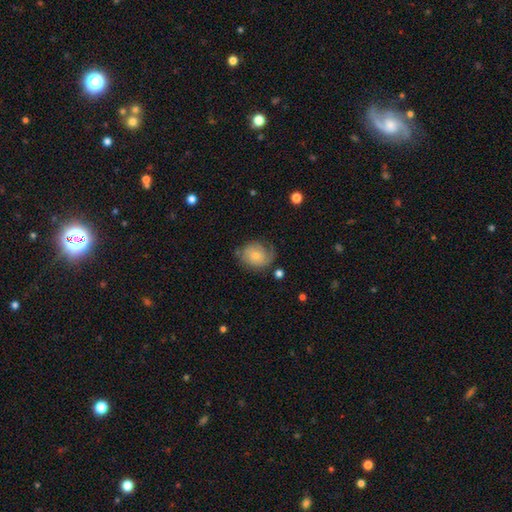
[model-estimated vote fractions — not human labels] A featured or disk galaxy (49%). Merging: none (56%).